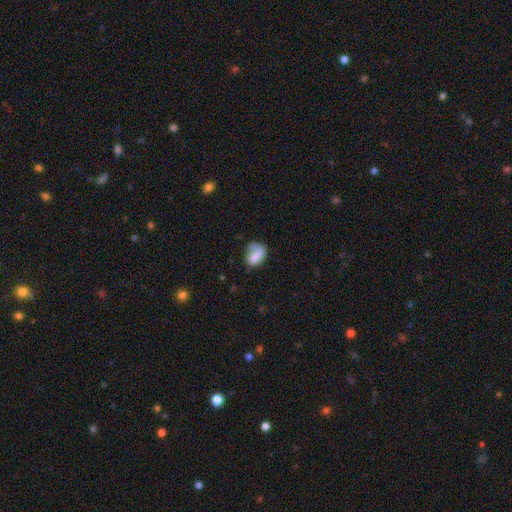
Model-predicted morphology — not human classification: This appears to be a smooth galaxy with no disk features (69%) that is in between round and cigar-shaped (73%). Merging: none (41%).